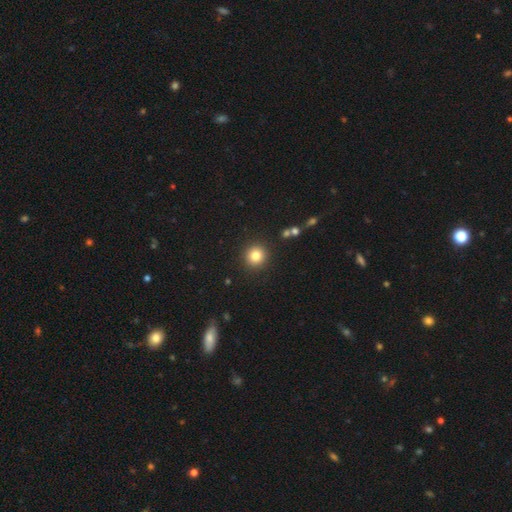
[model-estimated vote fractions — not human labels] smooth-or-featured: smooth: 82% | star or artifact: 11% | featured or disk: 6%
  how-rounded: round: 93% | in between: 6% | cigar-shaped: 1%
  merging: none: 91% | minor disturbance: 5% | major disturbance: 2% | merger: 2%